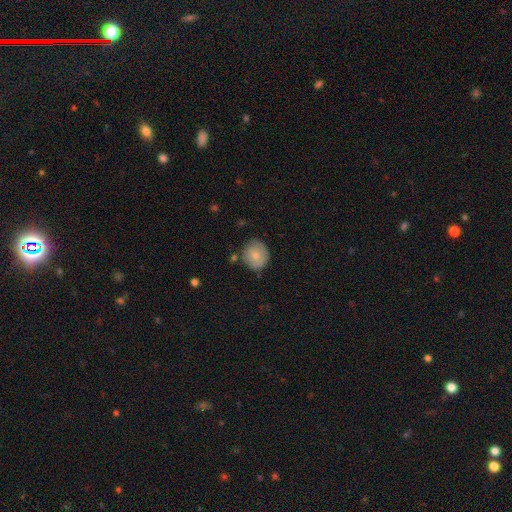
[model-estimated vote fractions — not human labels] This is likely a smooth galaxy (76%). How rounded: clearly round (87%). Merging: likely none (76%).